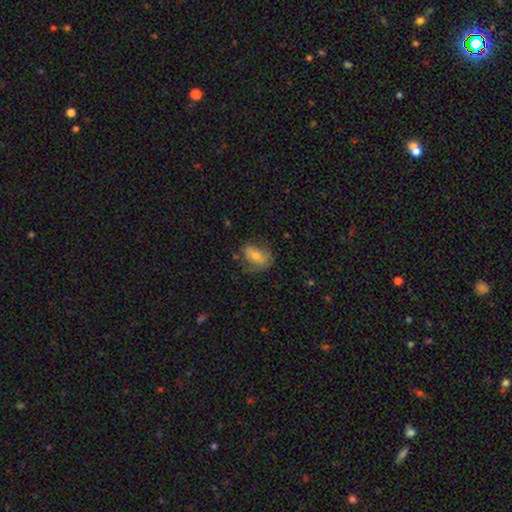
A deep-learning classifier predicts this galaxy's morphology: type=smooth (55%); roundness=in between (79%); merging=none (59%).